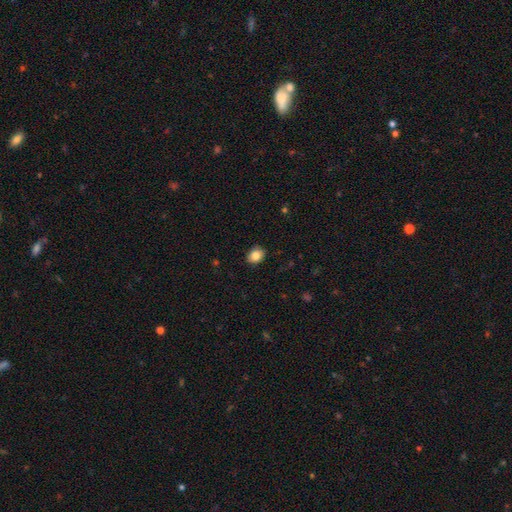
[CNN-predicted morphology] Overall: smooth (84%). How rounded: in between (56%; round 43%). Merging: none (88%).